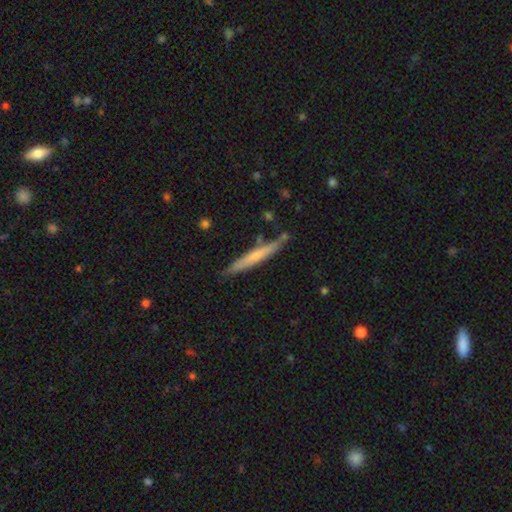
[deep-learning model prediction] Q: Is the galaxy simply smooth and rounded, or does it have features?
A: smooth — 56%.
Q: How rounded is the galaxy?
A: cigar-shaped — 96%.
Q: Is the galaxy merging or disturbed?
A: none — 82%.